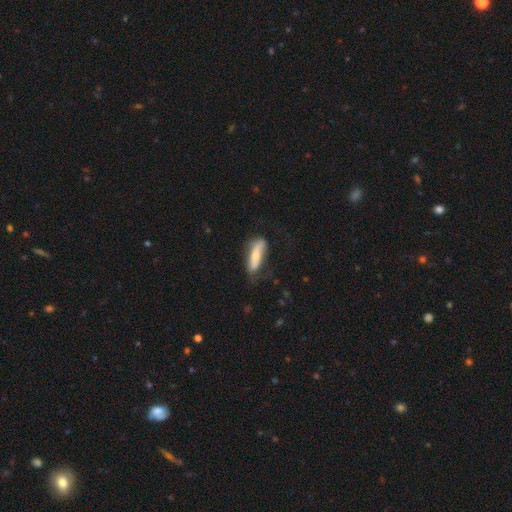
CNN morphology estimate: Smooth or featured? smooth (59%)
How rounded? cigar-shaped (59%)
Merging? none (59%)